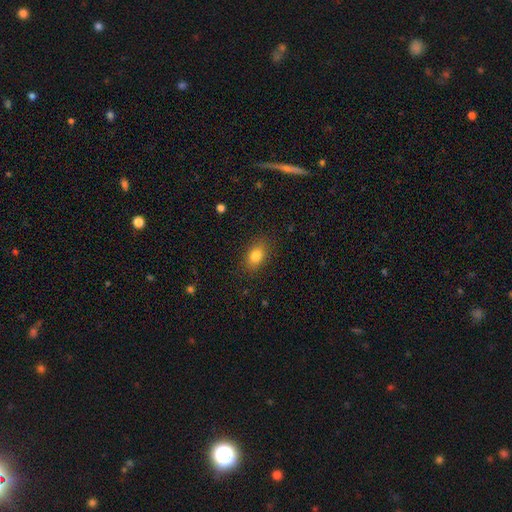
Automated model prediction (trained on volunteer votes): Q: Smooth or featured?
A: smooth (82%); runner-up: star or artifact (10%)
Q: How rounded?
A: in between (80%); runner-up: round (18%)
Q: Merging?
A: none (86%); runner-up: minor disturbance (10%)